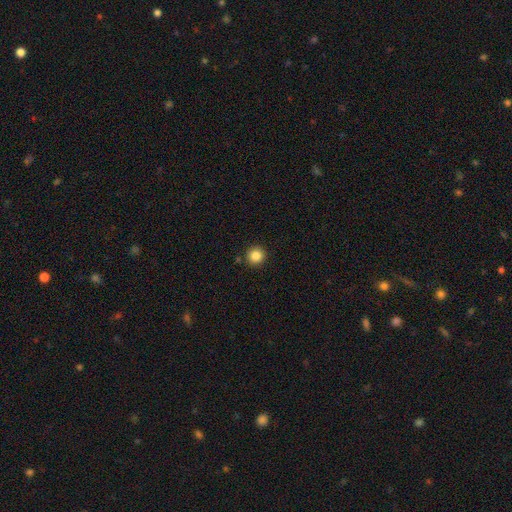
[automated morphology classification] Smooth or featured: smooth — 85% (star or artifact — 11%)
How rounded: round — 94% (in between — 5%)
Merging: none — 90% (minor disturbance — 6%)